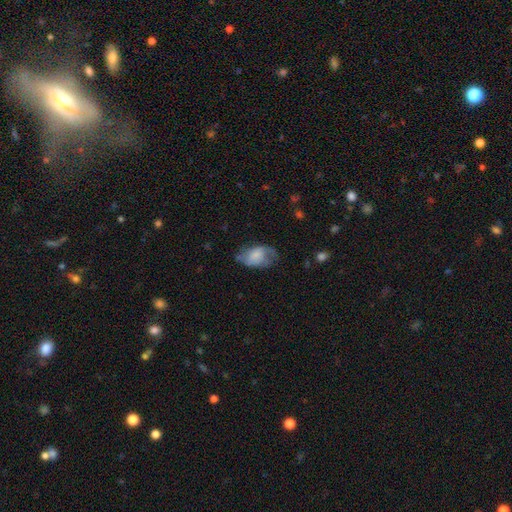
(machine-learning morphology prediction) type=smooth (56%); roundness=in between (87%); merging=none (45%).